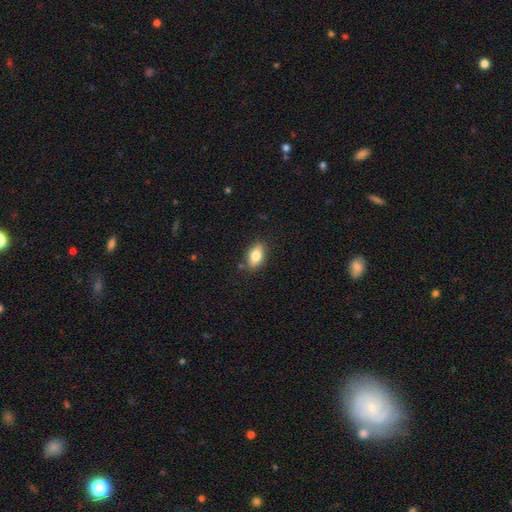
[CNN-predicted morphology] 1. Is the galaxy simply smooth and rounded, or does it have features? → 76% smooth, 16% featured or disk, 8% star or artifact.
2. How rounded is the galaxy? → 86% in between, 7% round, 7% cigar-shaped.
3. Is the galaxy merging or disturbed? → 84% none, 12% minor disturbance, 2% major disturbance, 2% merger.